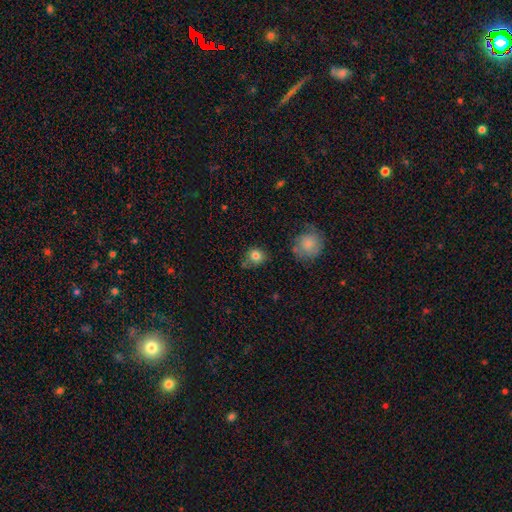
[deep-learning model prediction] Overall: smooth (81%). How rounded: round (79%). Merging: none (69%).